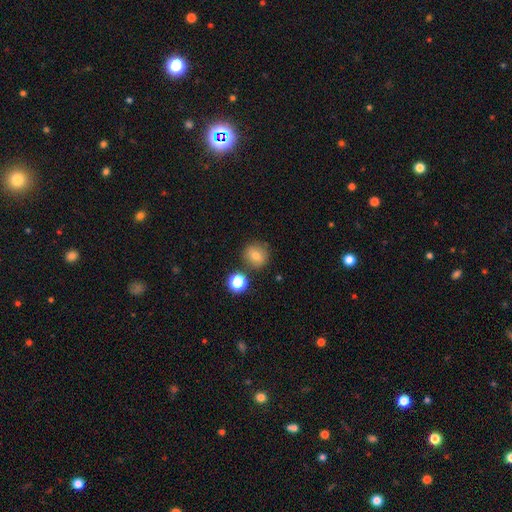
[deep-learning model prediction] smooth_or_featured: smooth (p=0.75) [alt: star or artifact p=0.14]
how_rounded: round (p=0.89) [alt: in between p=0.10]
merging: none (p=0.80) [alt: minor disturbance p=0.10]